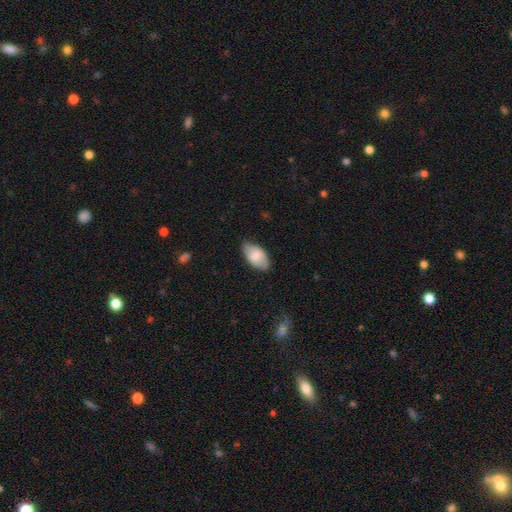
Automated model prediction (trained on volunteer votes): This appears to be a smooth galaxy with no disk features (77%) that is in between round and cigar-shaped (94%). Merging: none (73%).